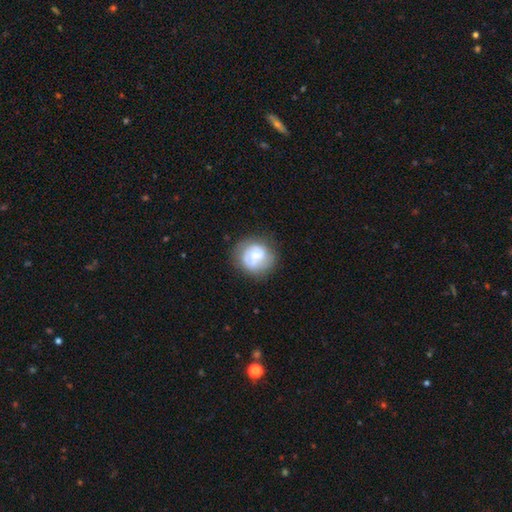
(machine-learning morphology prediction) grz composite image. It shows a featured or disk galaxy (50%). Merging: none (65%).